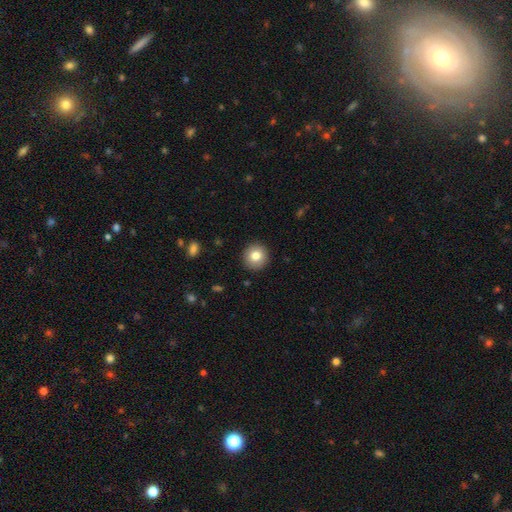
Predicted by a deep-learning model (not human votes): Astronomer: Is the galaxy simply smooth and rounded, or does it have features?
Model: smooth — 81%.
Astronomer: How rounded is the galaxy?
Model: round — 92%.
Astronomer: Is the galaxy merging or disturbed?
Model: none — 91%.